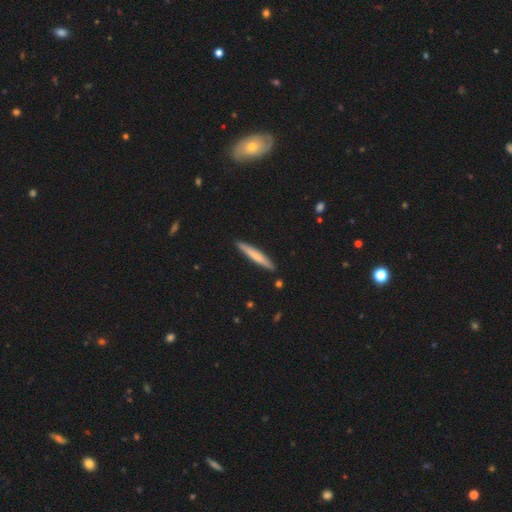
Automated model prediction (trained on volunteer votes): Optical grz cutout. It shows a smooth galaxy with no disk features (66%) that is cigar-shaped (95%). Merging: none (90%).